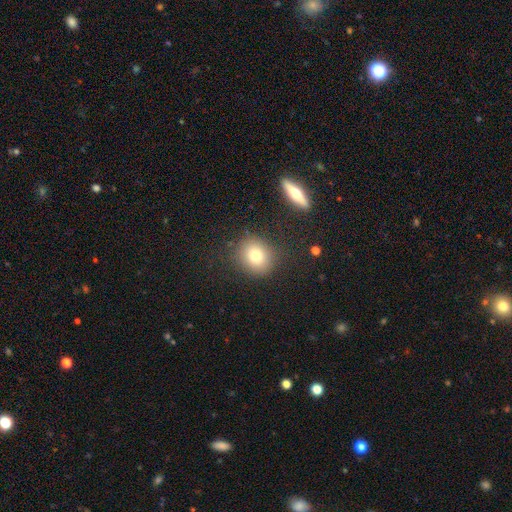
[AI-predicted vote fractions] A smooth galaxy with no disk features (76%) that is round (80%).

Vote fractions:
- Smooth or featured? smooth: 76% / star or artifact: 12% / featured or disk: 12%
- How rounded? round: 80% / in between: 19% / cigar-shaped: 1%
- Merging? none: 85% / minor disturbance: 9% / major disturbance: 4% / merger: 2%